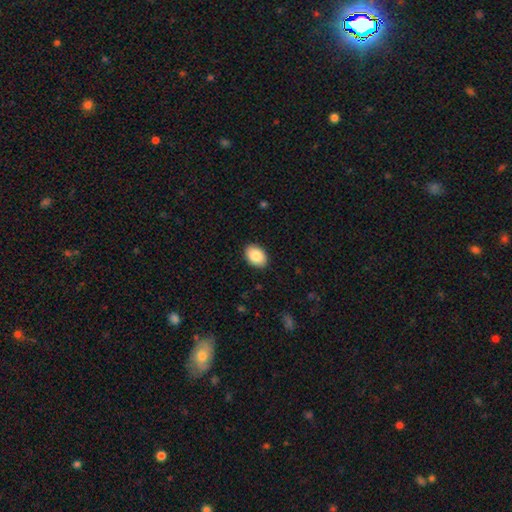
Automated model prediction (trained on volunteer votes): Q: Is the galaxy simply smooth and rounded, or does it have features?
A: smooth — 87%.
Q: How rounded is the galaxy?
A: in between — 83%.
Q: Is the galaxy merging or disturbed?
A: none — 90%.